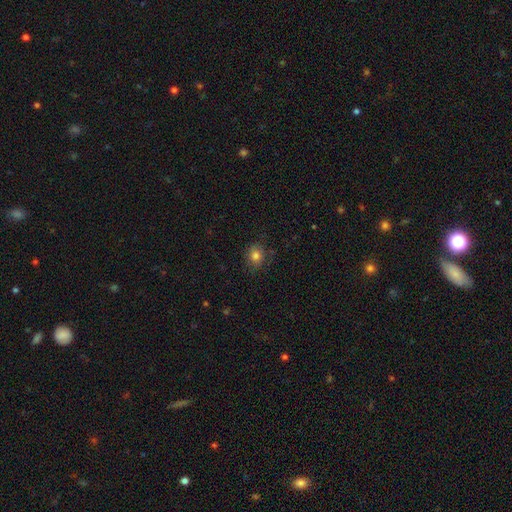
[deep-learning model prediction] This is clearly a smooth galaxy (81%). How rounded: likely round (70%). Merging: clearly none (81%).